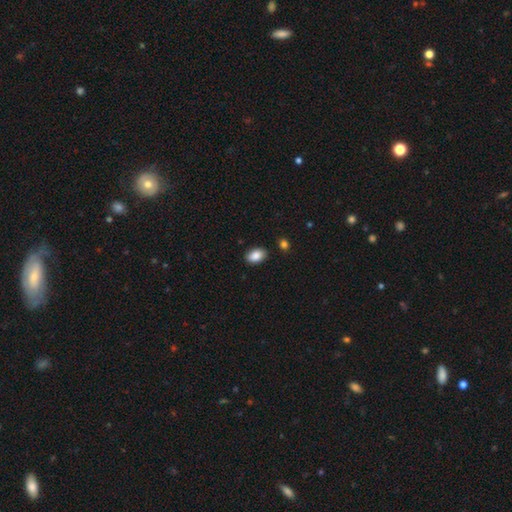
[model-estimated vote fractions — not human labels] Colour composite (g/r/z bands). It shows a smooth galaxy with no disk features (88%) that is in between round and cigar-shaped (88%). Merging: none (88%).